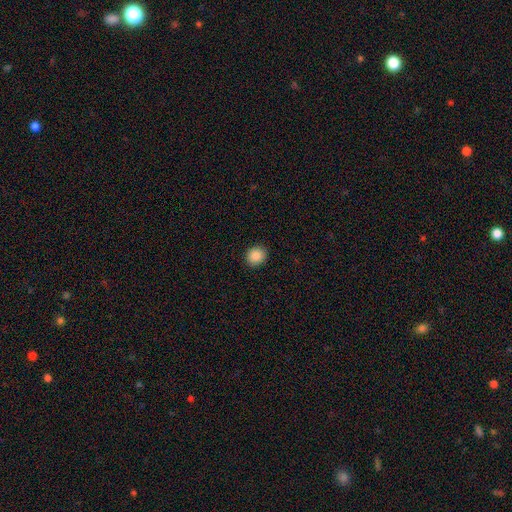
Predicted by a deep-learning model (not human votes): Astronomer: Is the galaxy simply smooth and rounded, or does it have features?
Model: smooth — 87%.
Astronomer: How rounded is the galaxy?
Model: round — 74%.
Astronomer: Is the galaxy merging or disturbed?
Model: none — 90%.